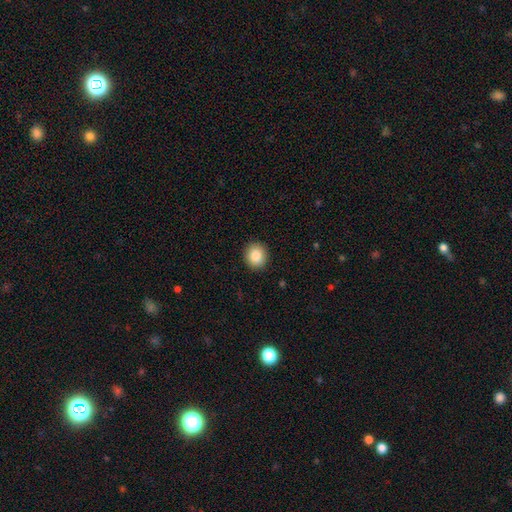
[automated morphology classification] Smooth or featured? Predicted: smooth (p=0.85). How rounded? Predicted: round (p=0.84). Merging? Predicted: none (p=0.92).